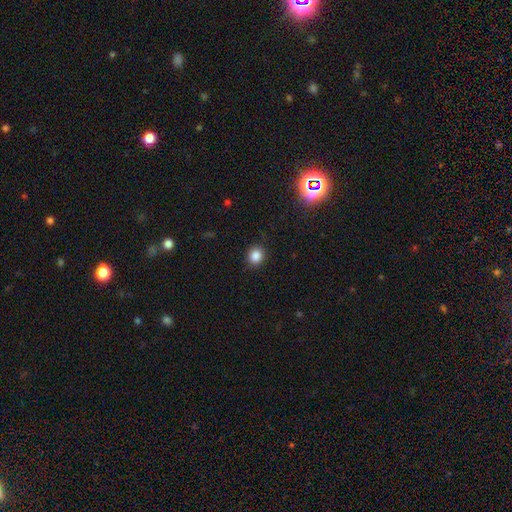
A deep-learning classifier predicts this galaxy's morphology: smooth 85%, star or artifact 11%, featured or disk 3%. Down the decision tree: how rounded — round (79%); merging — none (89%).